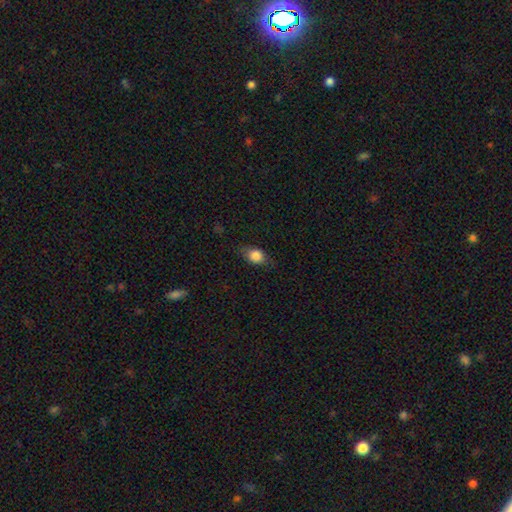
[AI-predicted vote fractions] Smooth or featured?
  - smooth: 81% *
  - featured or disk: 11%
  - star or artifact: 8%
How rounded?
  - in between: 68% *
  - round: 29%
  - cigar-shaped: 4%
Merging?
  - none: 74% *
  - minor disturbance: 19%
  - major disturbance: 6%
  - merger: 1%